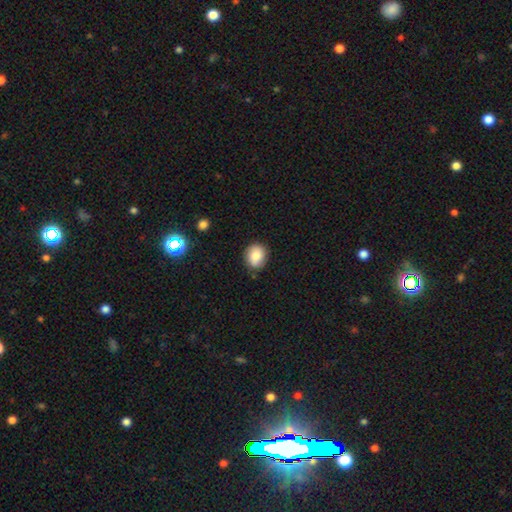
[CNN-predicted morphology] Smooth or featured: smooth — 82% (featured or disk — 10%)
How rounded: round — 67% (in between — 32%)
Merging: none — 81% (minor disturbance — 14%)